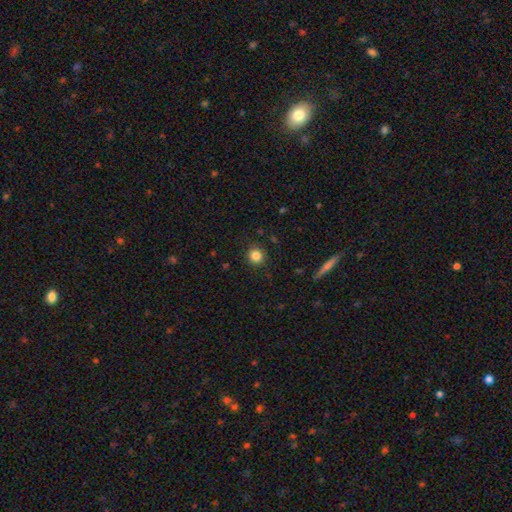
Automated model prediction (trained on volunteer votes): smooth-or-featured: smooth: 84% | star or artifact: 11% | featured or disk: 5%
  how-rounded: round: 90% | in between: 9% | cigar-shaped: 1%
  merging: none: 90% | minor disturbance: 7% | major disturbance: 2% | merger: 1%